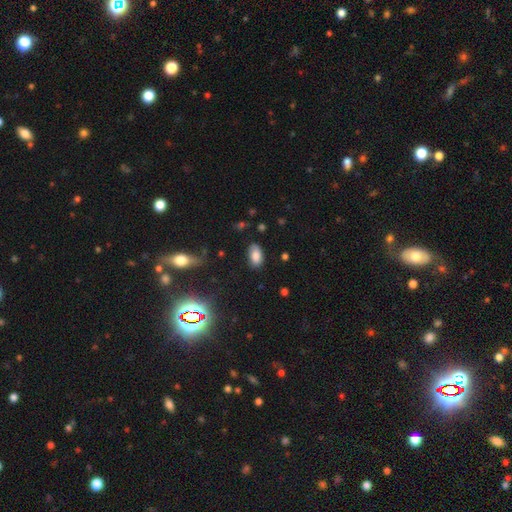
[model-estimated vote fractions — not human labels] smooth 82%, star or artifact 10%, featured or disk 8%. Down the decision tree: how rounded — in between (94%); merging — none (80%).